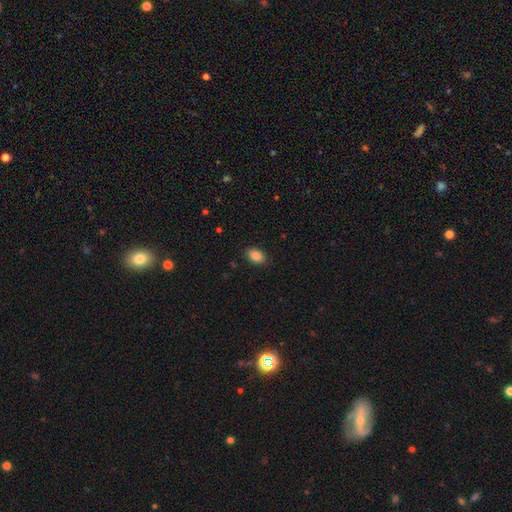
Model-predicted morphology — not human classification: Smooth or featured? smooth (86%)
How rounded? in between (86%)
Merging? none (87%)